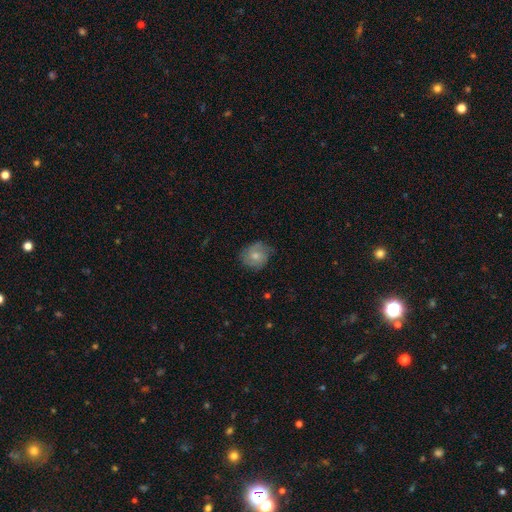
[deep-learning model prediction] Overall: smooth (53%; featured or disk 39%). How rounded: round (72%). Merging: none (66%).